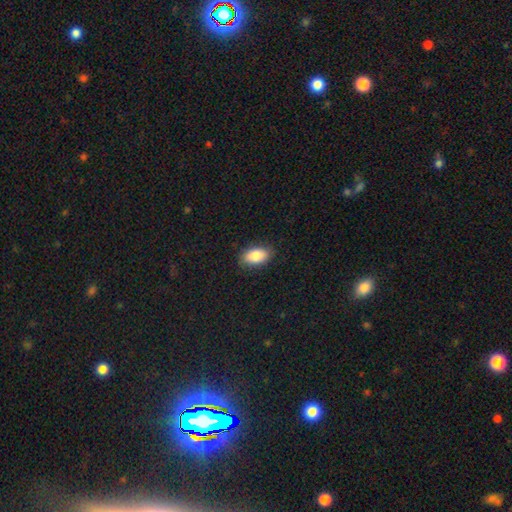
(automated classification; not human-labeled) smooth_or_featured: smooth (p=0.85) [alt: featured or disk p=0.08]
how_rounded: in between (p=0.93) [alt: round p=0.05]
merging: none (p=0.86) [alt: minor disturbance p=0.11]